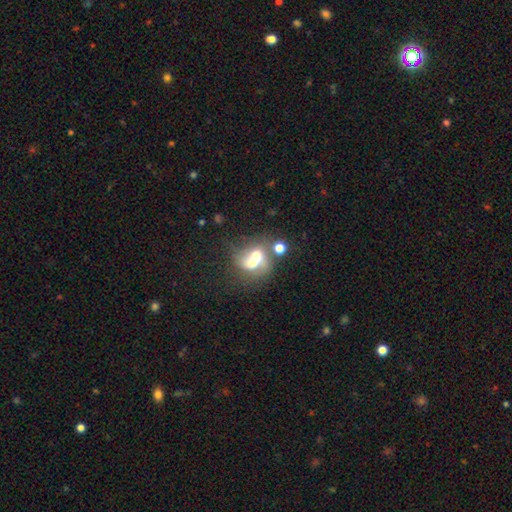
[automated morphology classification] smooth 46%, featured or disk 41%, star or artifact 13%. Down the decision tree: merging — merger (52%).